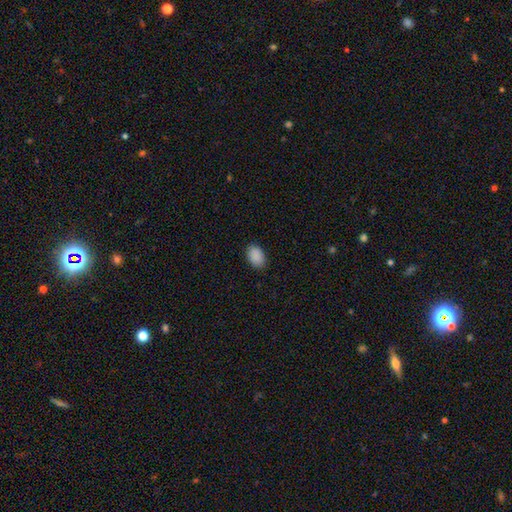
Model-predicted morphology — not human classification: Q: Smooth or featured?
A: smooth (90%); runner-up: star or artifact (7%)
Q: How rounded?
A: in between (88%); runner-up: round (11%)
Q: Merging?
A: none (87%); runner-up: minor disturbance (10%)